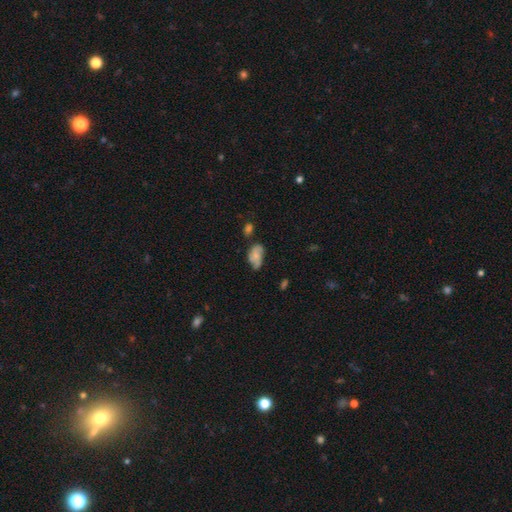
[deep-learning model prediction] Morphology: type=smooth (55%); roundness=in between (90%); merging=none (44%).